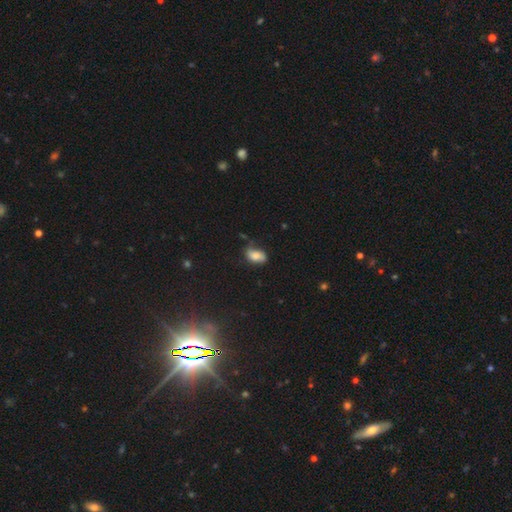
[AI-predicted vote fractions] A smooth galaxy with no disk features (75%) that is in between round and cigar-shaped (90%). Merging: none (53%).